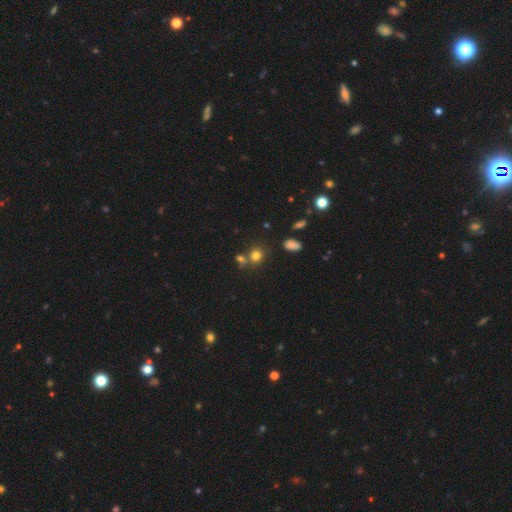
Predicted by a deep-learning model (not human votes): Smooth or featured? Predicted: smooth (p=0.75). How rounded? Predicted: round (p=0.73). Merging? Predicted: none (p=0.58).